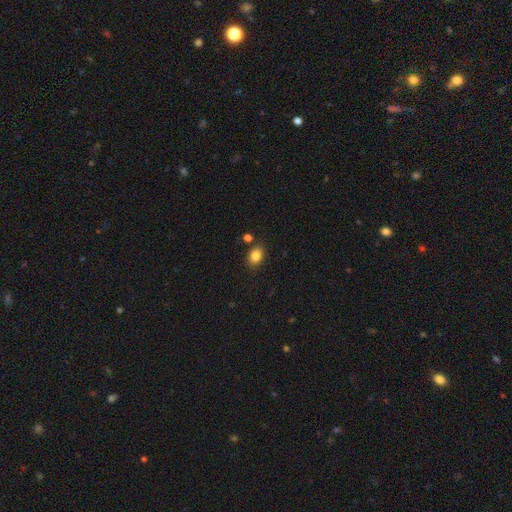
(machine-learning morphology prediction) A smooth galaxy with no disk features (84%) that is in between round and cigar-shaped (63%).

Vote fractions:
- Smooth or featured? smooth: 84% / star or artifact: 10% / featured or disk: 5%
- How rounded? in between: 63% / round: 36% / cigar-shaped: 1%
- Merging? none: 82% / minor disturbance: 10% / merger: 5% / major disturbance: 3%